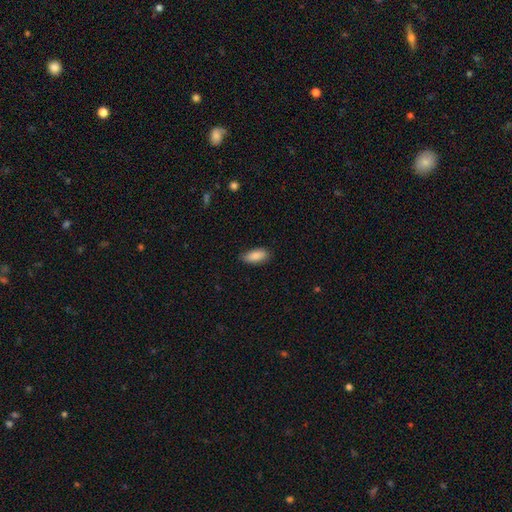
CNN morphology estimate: A smooth galaxy with no disk features (87%) that is in between round and cigar-shaped (85%). Merging: none (80%).